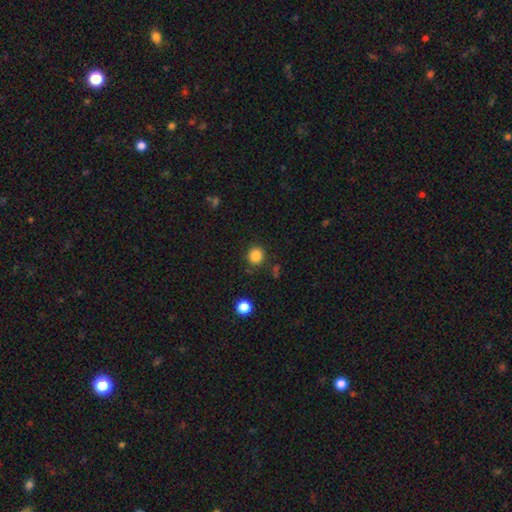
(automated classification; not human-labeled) smooth 85%, star or artifact 12%, featured or disk 4%. Down the decision tree: how rounded — round (91%); merging — none (87%).